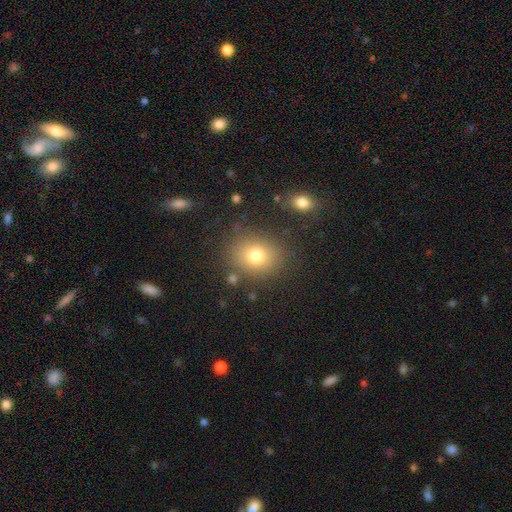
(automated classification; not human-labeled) Overall: smooth (75%). How rounded: round (63%; in between 36%). Merging: none (82%).